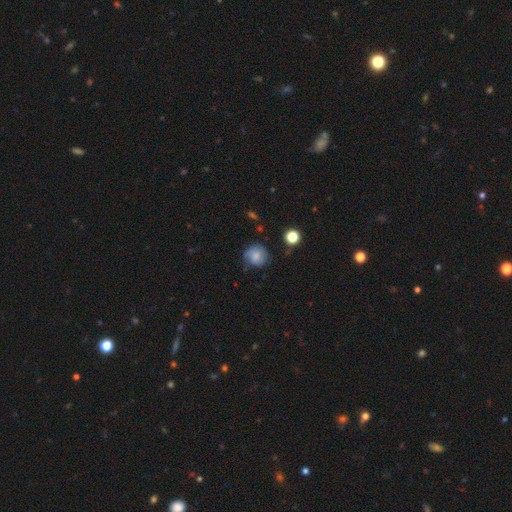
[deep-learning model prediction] Smooth or featured?
  - smooth: 65% *
  - featured or disk: 26%
  - star or artifact: 9%
How rounded?
  - round: 83% *
  - in between: 16%
  - cigar-shaped: 1%
Merging?
  - none: 59% *
  - minor disturbance: 28%
  - major disturbance: 11%
  - merger: 2%